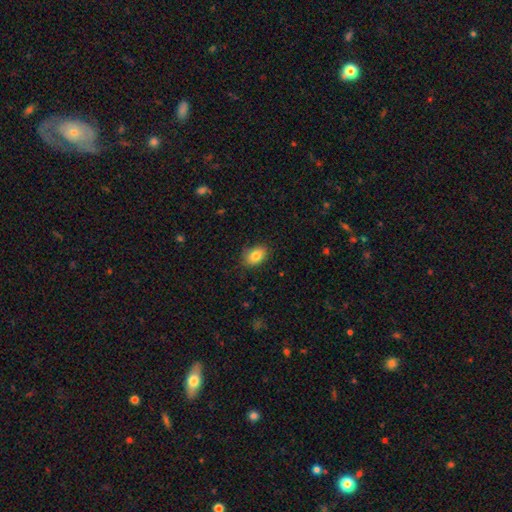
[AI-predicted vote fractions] Smooth or featured: smooth — 84% (star or artifact — 8%)
How rounded: in between — 83% (round — 16%)
Merging: none — 82% (minor disturbance — 14%)